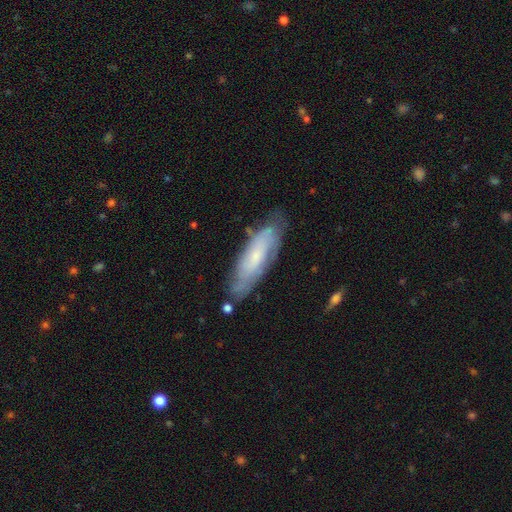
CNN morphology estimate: Smooth or featured: featured or disk — 50% (smooth — 43%)
Edge-on disk: no — 71% (yes — 29%)
Merging: none — 72% (minor disturbance — 21%)